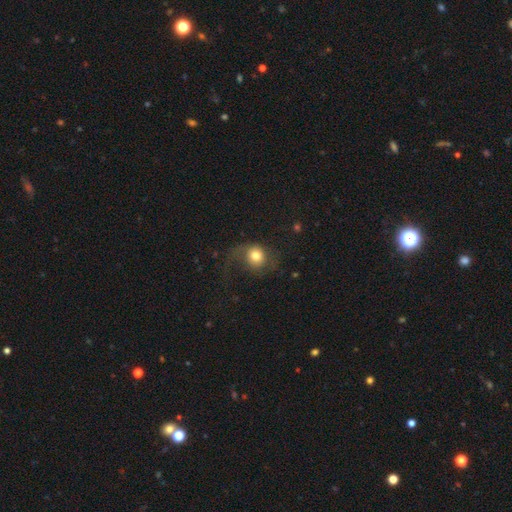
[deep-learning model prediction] The model was most divided on "merging": major disturbance: 40%, none: 38%, minor disturbance: 19%, merger: 2%. More confident: how rounded — round (75%); smooth or featured — smooth (70%).